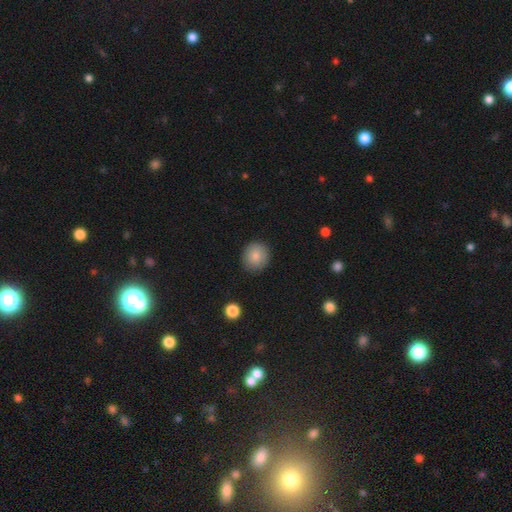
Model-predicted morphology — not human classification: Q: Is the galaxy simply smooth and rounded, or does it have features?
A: smooth — 84%.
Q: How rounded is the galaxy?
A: round — 89%.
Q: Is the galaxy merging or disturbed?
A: none — 89%.